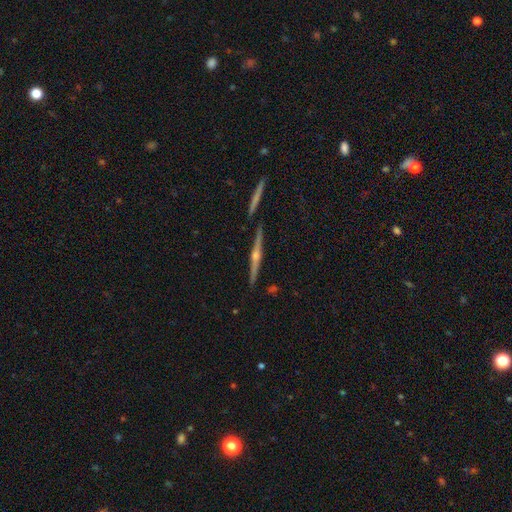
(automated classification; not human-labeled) smooth_or_featured: featured or disk (p=0.83) [alt: smooth p=0.11]
disk_edge_on: yes (p=0.98) [alt: no p=0.02]
edge_on_bulge: rounded (p=0.90) [alt: none p=0.06]
merging: none (p=0.87) [alt: minor disturbance p=0.07]